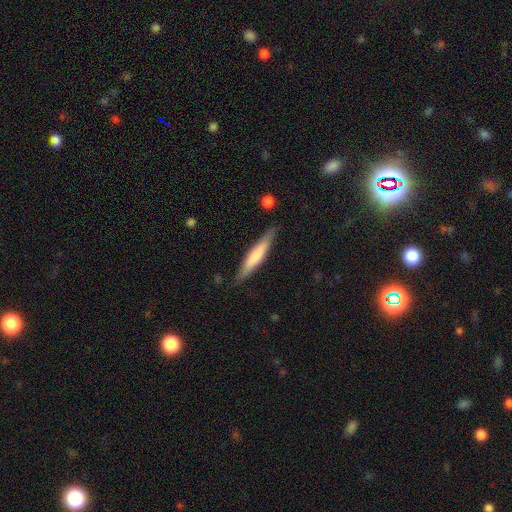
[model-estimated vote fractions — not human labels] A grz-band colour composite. It shows a smooth galaxy with no disk features (55%) that is cigar-shaped (91%). Merging: none (86%).